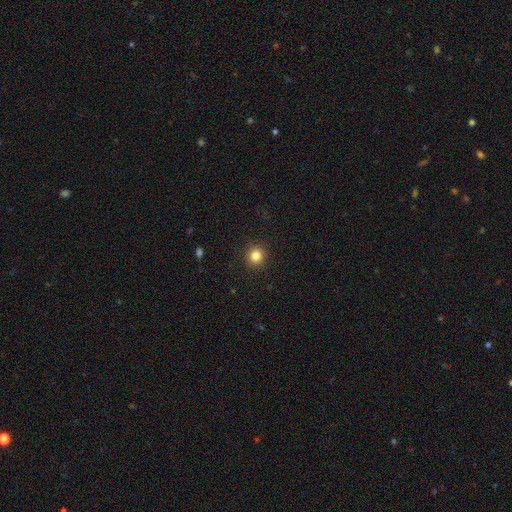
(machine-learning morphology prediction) This appears to be a smooth galaxy with no disk features (83%) that is round (92%). Merging: none (92%).